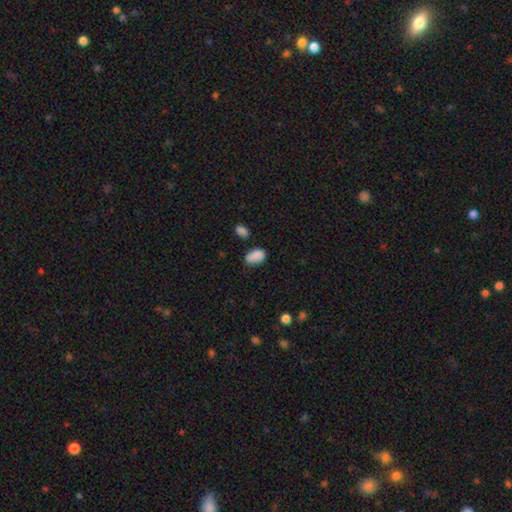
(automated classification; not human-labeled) Overall: smooth (84%). How rounded: in between (88%). Merging: none (50%; minor disturbance 28%).